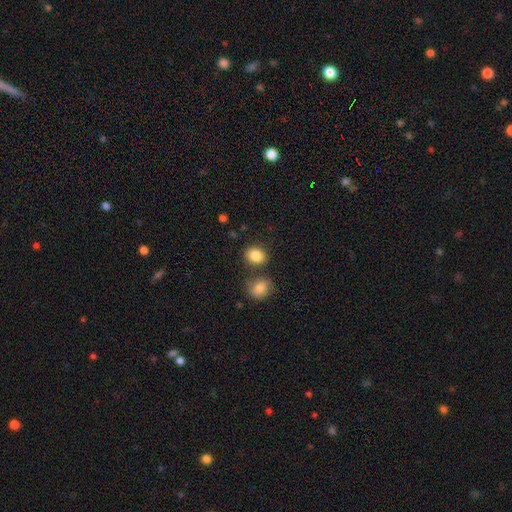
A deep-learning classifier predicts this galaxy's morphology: Smooth or featured?
  - smooth: 85% *
  - star or artifact: 9%
  - featured or disk: 6%
How rounded?
  - round: 50% *
  - in between: 49%
  - cigar-shaped: 1%
Merging?
  - none: 73% *
  - merger: 13%
  - minor disturbance: 11%
  - major disturbance: 3%